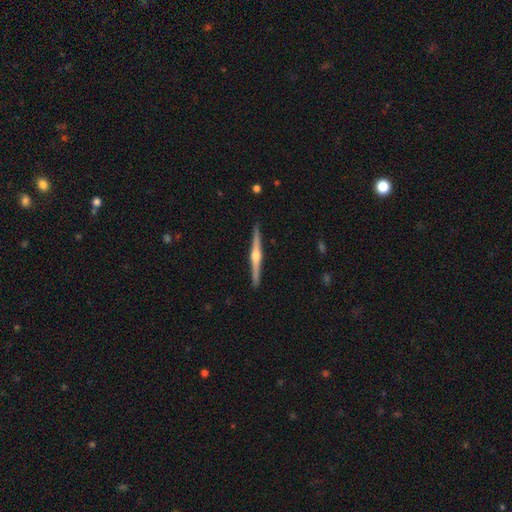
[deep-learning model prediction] The model was most divided on "smooth or featured": featured or disk: 81%, smooth: 14%, star or artifact: 5%. More confident: edge-on disk — yes (99%); edge-on bulge — rounded (93%); merging — none (92%).